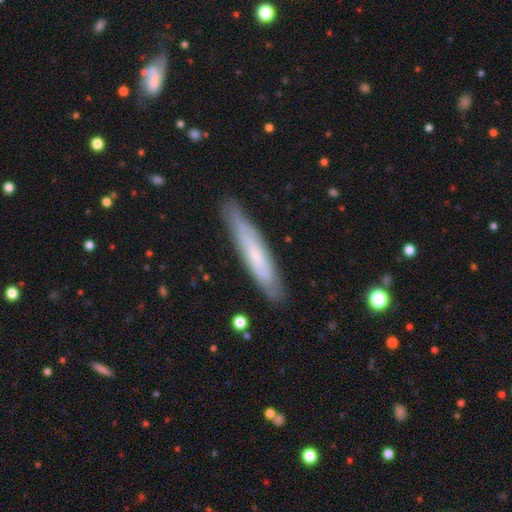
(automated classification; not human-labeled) Overall: featured or disk (49%; smooth 45%). Merging: none (84%).